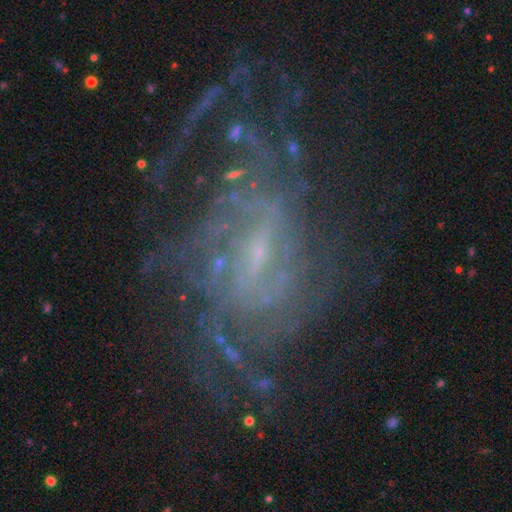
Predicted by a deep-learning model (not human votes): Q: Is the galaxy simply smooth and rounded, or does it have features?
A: featured or disk — 81%.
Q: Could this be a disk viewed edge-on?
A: no — 96%.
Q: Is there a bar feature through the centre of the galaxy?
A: weak — 54%.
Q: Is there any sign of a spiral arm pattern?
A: yes — 92%.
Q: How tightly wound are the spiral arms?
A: tight — 52%.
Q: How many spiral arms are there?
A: can't tell — 43%.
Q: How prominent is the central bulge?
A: small — 69%.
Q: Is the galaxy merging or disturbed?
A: none — 65%.